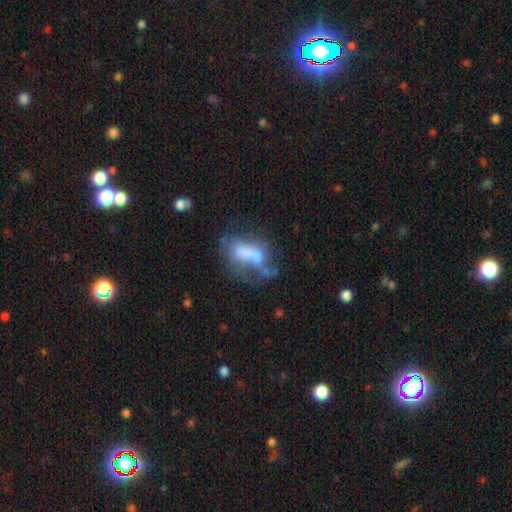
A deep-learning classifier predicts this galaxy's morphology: smooth_or_featured: smooth (p=0.46) [alt: featured or disk p=0.42]
merging: major disturbance (p=0.33) [alt: merger p=0.26]